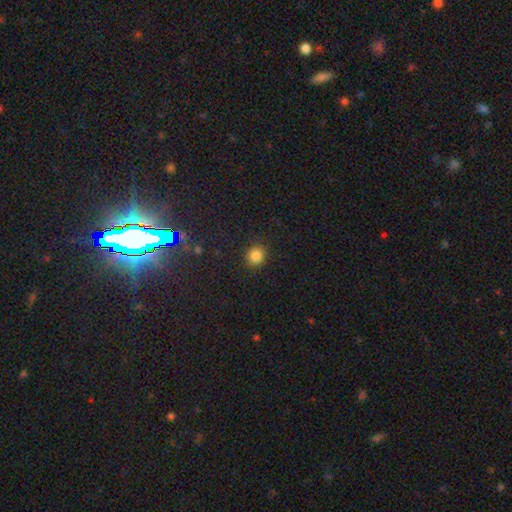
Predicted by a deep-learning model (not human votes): Overall: smooth (84%). How rounded: round (88%). Merging: none (90%).